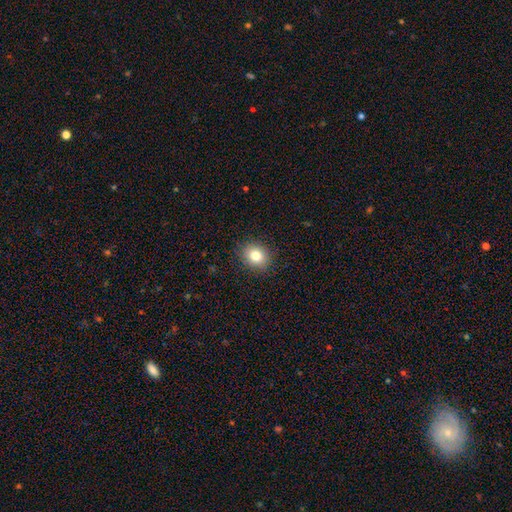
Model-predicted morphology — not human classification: A smooth galaxy with no disk features (81%) that is round (64%). Merging: none (89%).